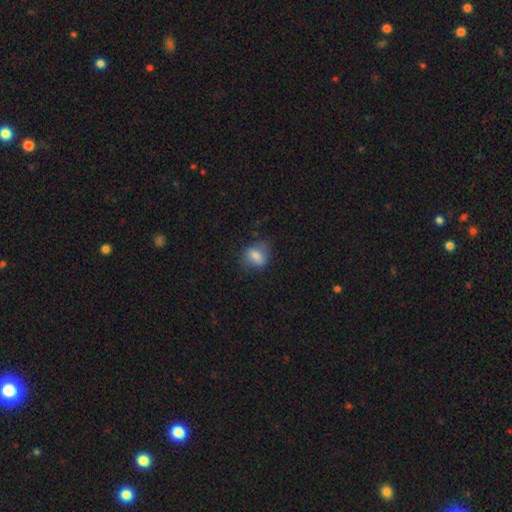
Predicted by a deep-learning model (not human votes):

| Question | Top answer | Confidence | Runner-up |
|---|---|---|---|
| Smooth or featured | smooth | 74% | featured or disk (17%) |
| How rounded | in between | 60% | round (37%) |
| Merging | none | 70% | minor disturbance (22%) |